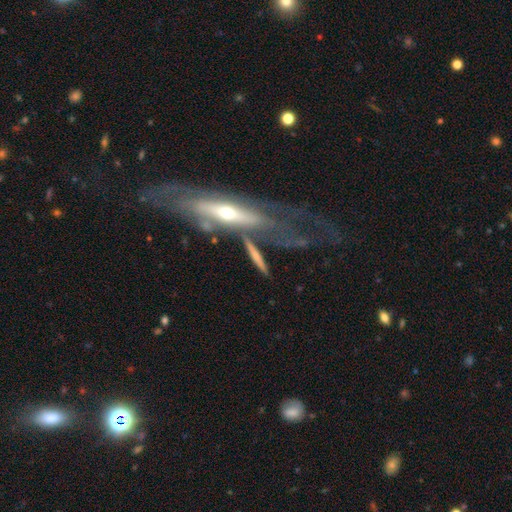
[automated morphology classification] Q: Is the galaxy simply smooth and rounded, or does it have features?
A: featured or disk — 51%.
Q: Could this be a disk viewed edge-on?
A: yes — 82%.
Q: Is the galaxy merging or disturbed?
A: none — 56%.